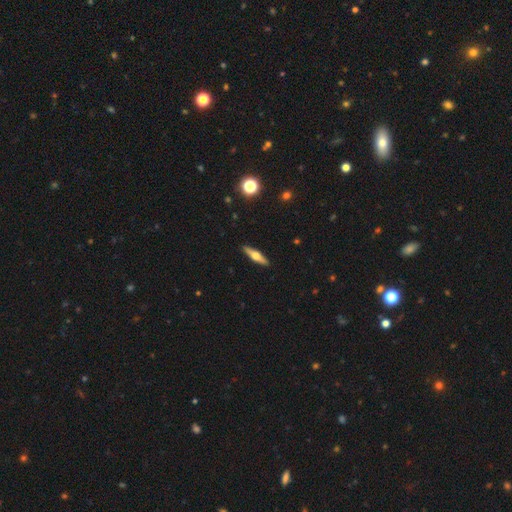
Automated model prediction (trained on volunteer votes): This is likely a featured or disk galaxy (60%). It is clearly viewed edge-on (95%). Edge-on bulge: clearly rounded (94%). Merging: clearly none (91%).